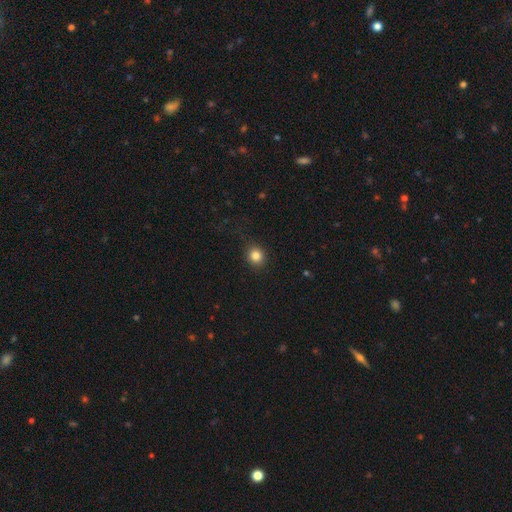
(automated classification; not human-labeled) smooth_or_featured: smooth (p=0.84) [alt: star or artifact p=0.11]
how_rounded: round (p=0.86) [alt: in between p=0.13]
merging: none (p=0.85) [alt: minor disturbance p=0.10]